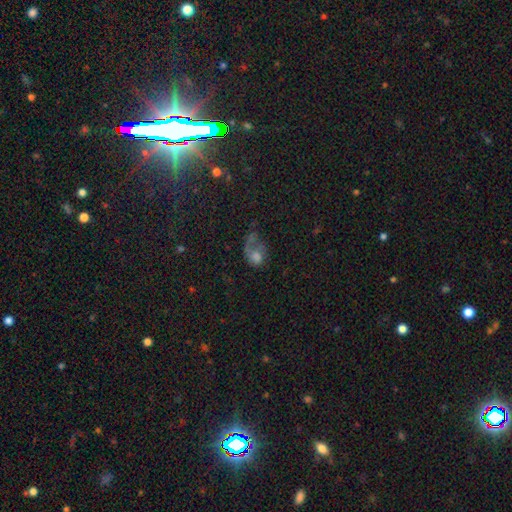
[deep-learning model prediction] This appears to be a smooth galaxy with no disk features (44%). Merging: major disturbance (49%).